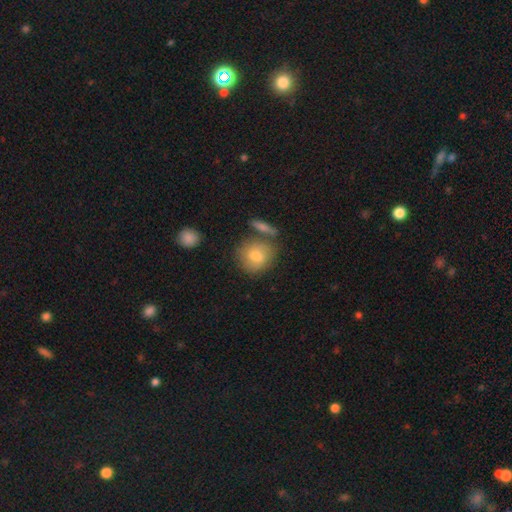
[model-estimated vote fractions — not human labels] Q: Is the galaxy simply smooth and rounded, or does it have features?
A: smooth — 75%.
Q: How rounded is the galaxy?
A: round — 82%.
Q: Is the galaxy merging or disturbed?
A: none — 66%.